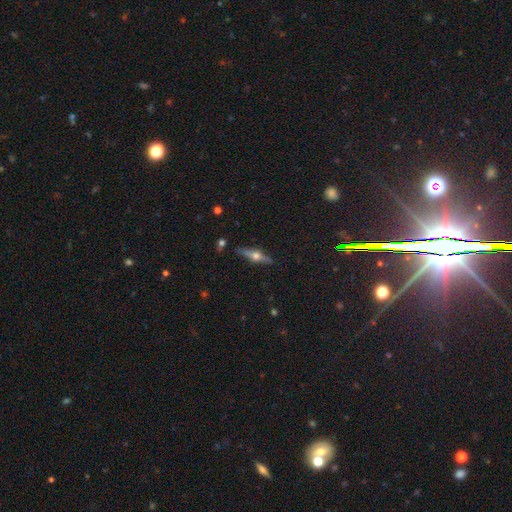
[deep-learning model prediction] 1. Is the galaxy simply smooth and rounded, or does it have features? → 68% featured or disk, 24% smooth, 7% star or artifact.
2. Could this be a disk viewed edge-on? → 95% yes, 5% no.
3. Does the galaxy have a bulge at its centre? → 94% rounded, 4% boxy, 2% none.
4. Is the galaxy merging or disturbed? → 86% none, 10% minor disturbance, 2% major disturbance, 2% merger.